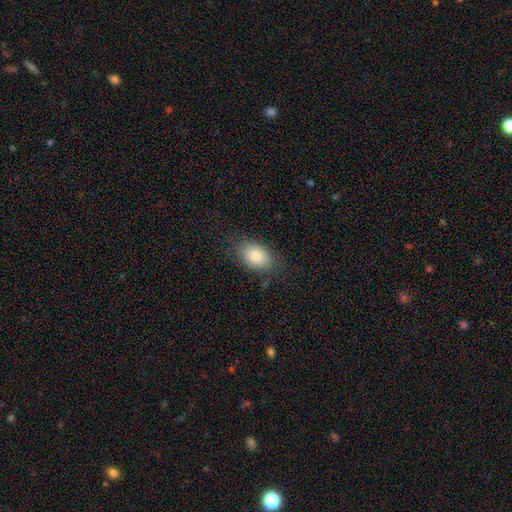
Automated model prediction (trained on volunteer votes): smooth 82%, featured or disk 10%, star or artifact 8%. Down the decision tree: how rounded — in between (83%); merging — none (79%).